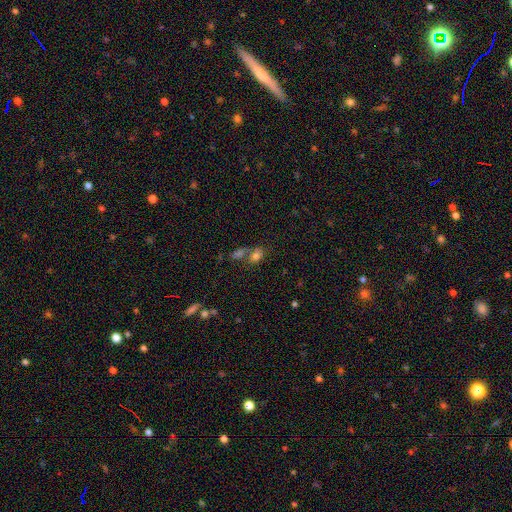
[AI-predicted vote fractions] Morphology: type=smooth (73%); roundness=in between (79%); merging=merger (47%).